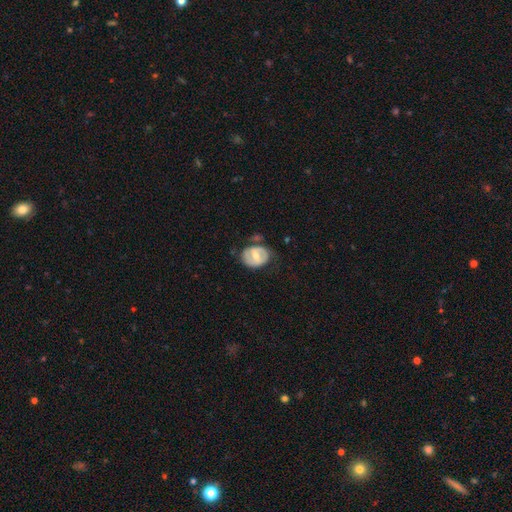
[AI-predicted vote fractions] smooth-or-featured: featured or disk: 58% | smooth: 37% | star or artifact: 6%
  disk-edge-on: no: 96% | yes: 4%
    bar: weak: 41% | no: 35% | strong: 24%
    has-spiral-arms: no: 56% | yes: 44%
    bulge-size: moderate: 70% | small: 25% | large: 3% | none: 1% | dominant: 1%
  merging: none: 58% | minor disturbance: 23% | major disturbance: 10% | merger: 9%